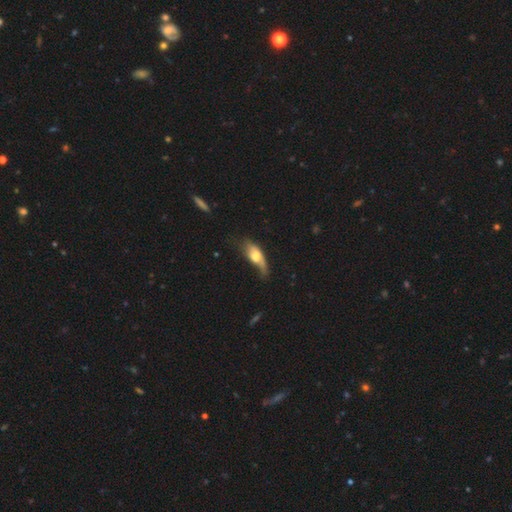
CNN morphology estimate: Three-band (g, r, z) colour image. It shows a smooth galaxy with no disk features (54%) that is in between round and cigar-shaped (71%). Merging: major disturbance (33%).